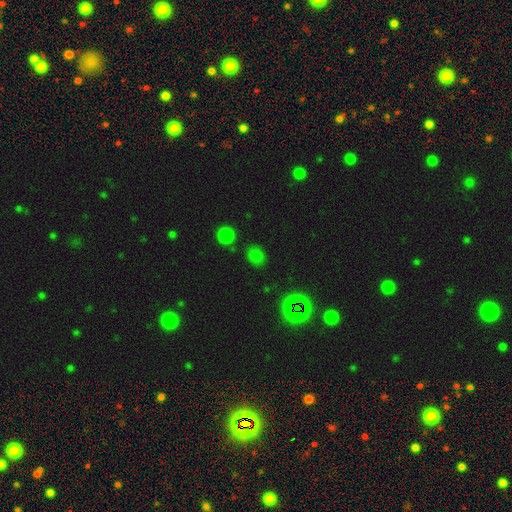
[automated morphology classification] Smooth or featured: smooth — 67% (star or artifact — 27%)
How rounded: round — 59% (in between — 40%)
Merging: none — 79% (minor disturbance — 12%)